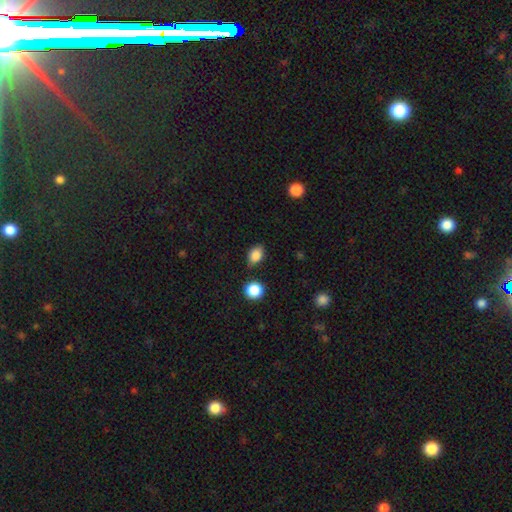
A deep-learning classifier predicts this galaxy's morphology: The model was most divided on "how rounded": in between: 71%, round: 28%, cigar-shaped: 1%. More confident: smooth or featured — smooth (85%); merging — none (79%).